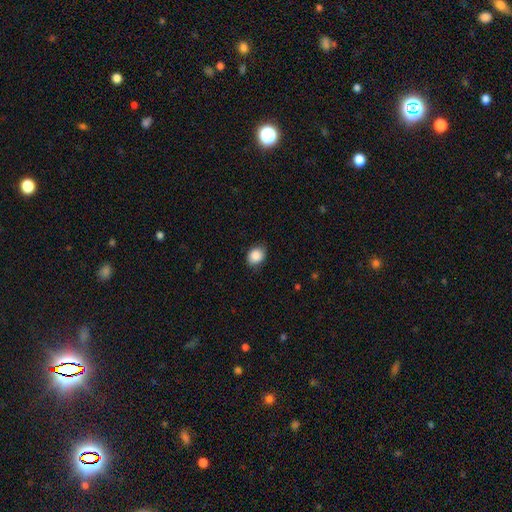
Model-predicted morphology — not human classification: Smooth or featured?
  - smooth: 88% *
  - star or artifact: 8%
  - featured or disk: 4%
How rounded?
  - in between: 52% *
  - round: 47%
  - cigar-shaped: 1%
Merging?
  - none: 81% *
  - minor disturbance: 15%
  - major disturbance: 3%
  - merger: 1%